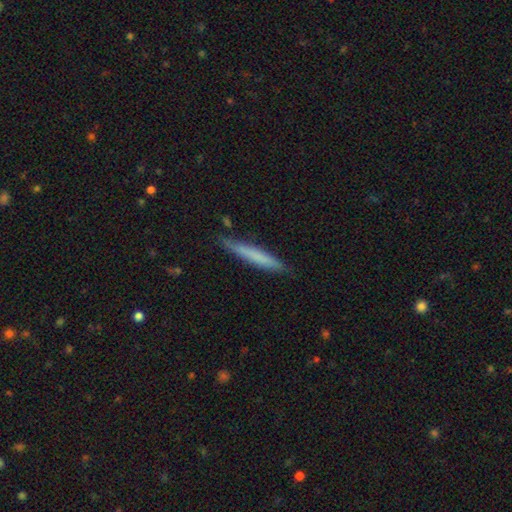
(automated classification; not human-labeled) This is likely a smooth galaxy (67%). How rounded: clearly cigar-shaped (95%). Merging: clearly none (85%).